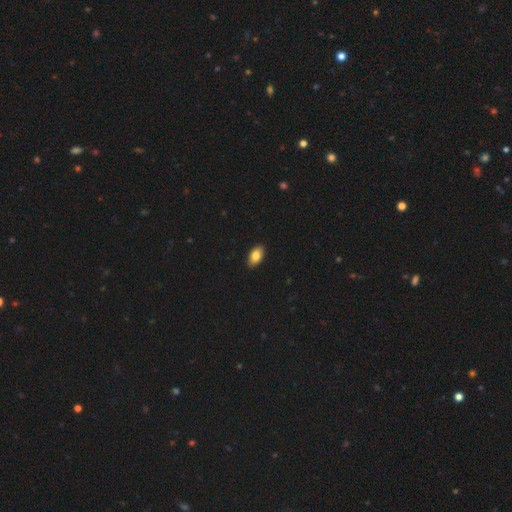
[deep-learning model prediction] Smooth or featured?
  - smooth: 82% *
  - featured or disk: 10%
  - star or artifact: 7%
How rounded?
  - in between: 93% *
  - round: 4%
  - cigar-shaped: 3%
Merging?
  - none: 89% *
  - minor disturbance: 8%
  - major disturbance: 2%
  - merger: 1%